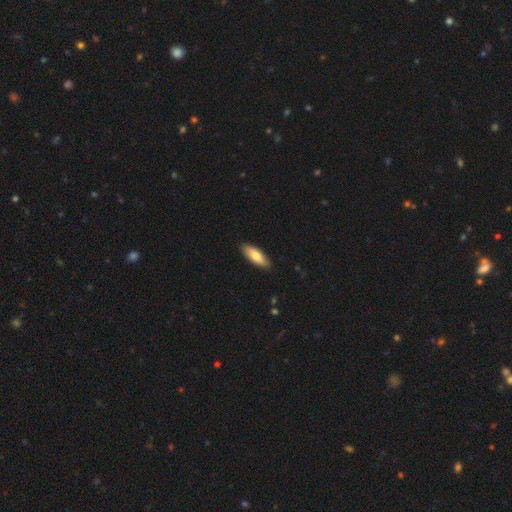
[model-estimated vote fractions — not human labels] Smooth or featured?
  - smooth: 76% *
  - featured or disk: 18%
  - star or artifact: 5%
How rounded?
  - in between: 69% *
  - cigar-shaped: 29%
  - round: 2%
Merging?
  - none: 89% *
  - minor disturbance: 9%
  - major disturbance: 2%
  - merger: 1%